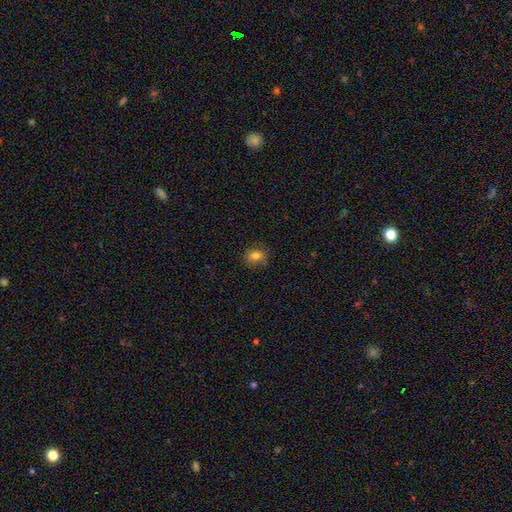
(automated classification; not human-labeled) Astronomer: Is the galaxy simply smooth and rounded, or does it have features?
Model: smooth — 79%.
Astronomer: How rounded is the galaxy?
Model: round — 65%.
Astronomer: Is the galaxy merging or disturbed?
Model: none — 83%.